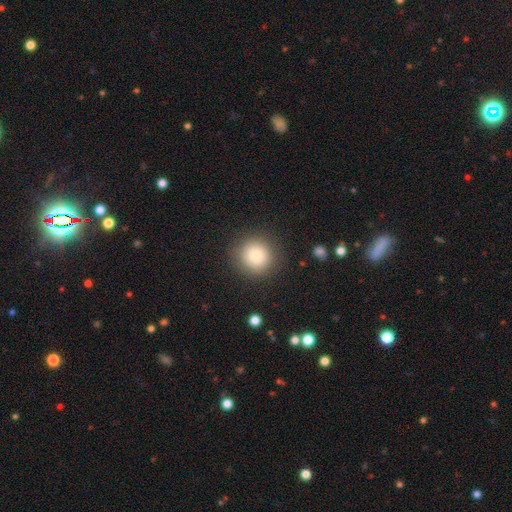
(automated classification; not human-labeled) smooth 81%, star or artifact 10%, featured or disk 9%. Down the decision tree: how rounded — round (94%); merging — none (88%).